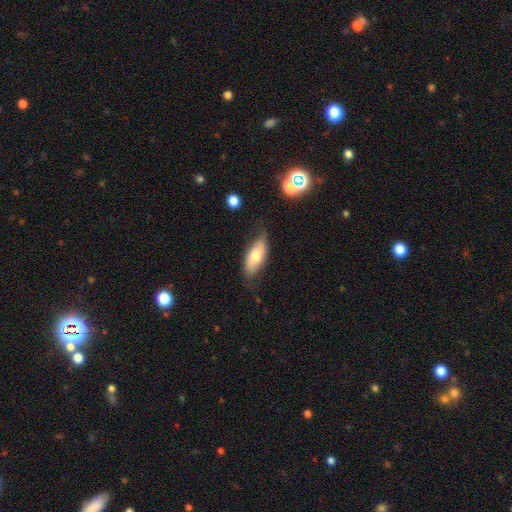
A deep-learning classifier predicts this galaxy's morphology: Smooth or featured? Predicted: smooth (p=0.65). How rounded? Predicted: in between (p=0.80). Merging? Predicted: none (p=0.65).